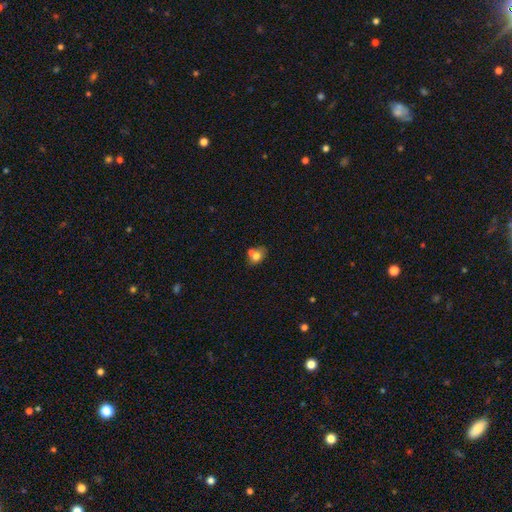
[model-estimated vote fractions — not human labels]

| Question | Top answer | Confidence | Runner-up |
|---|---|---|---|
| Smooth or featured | smooth | 70% | featured or disk (20%) |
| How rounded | in between | 59% | round (40%) |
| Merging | none | 41% | tied: merger (41%) |